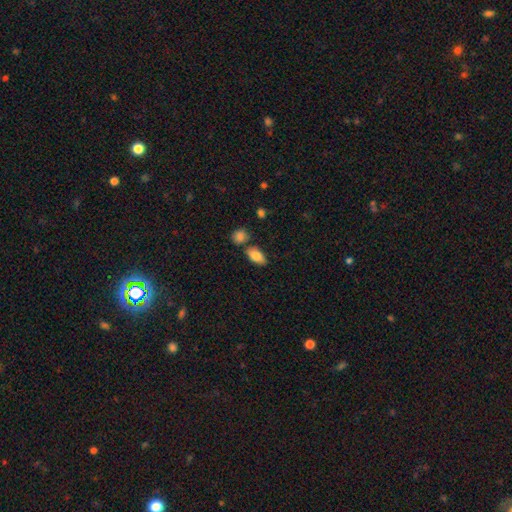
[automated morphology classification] Smooth or featured?
  - smooth: 83% *
  - featured or disk: 10%
  - star or artifact: 7%
How rounded?
  - in between: 92% *
  - round: 5%
  - cigar-shaped: 4%
Merging?
  - none: 74% *
  - minor disturbance: 13%
  - merger: 11%
  - major disturbance: 3%